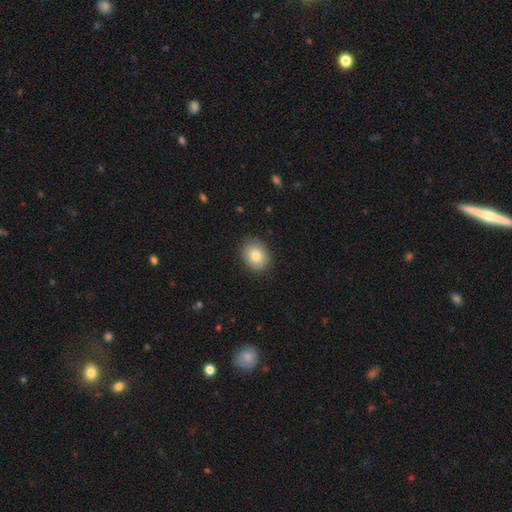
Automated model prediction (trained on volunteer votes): Smooth or featured? smooth (83%)
How rounded? in between (51%)
Merging? none (87%)